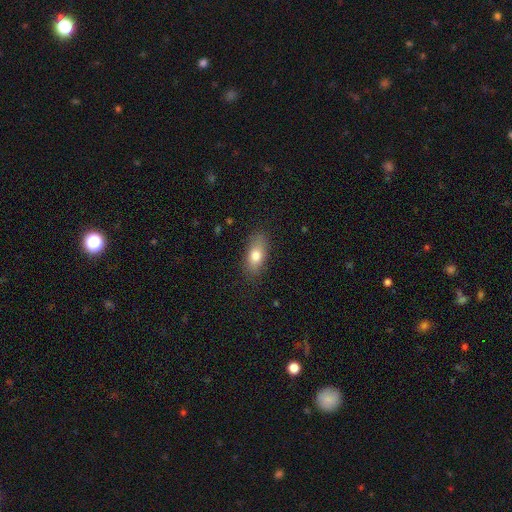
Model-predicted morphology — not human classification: A smooth galaxy with no disk features (78%) that is in between round and cigar-shaped (82%).

Vote fractions:
- Smooth or featured? smooth: 78% / featured or disk: 15% / star or artifact: 7%
- How rounded? in between: 82% / cigar-shaped: 13% / round: 6%
- Merging? none: 83% / minor disturbance: 13% / major disturbance: 3% / merger: 1%